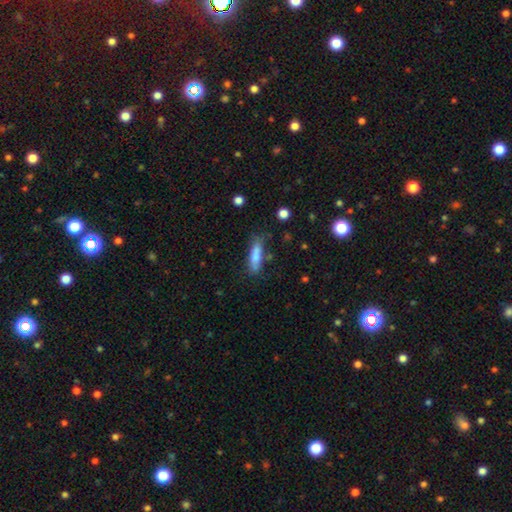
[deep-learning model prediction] Morphology: type=smooth (77%); roundness=cigar-shaped (61%); merging=none (64%).